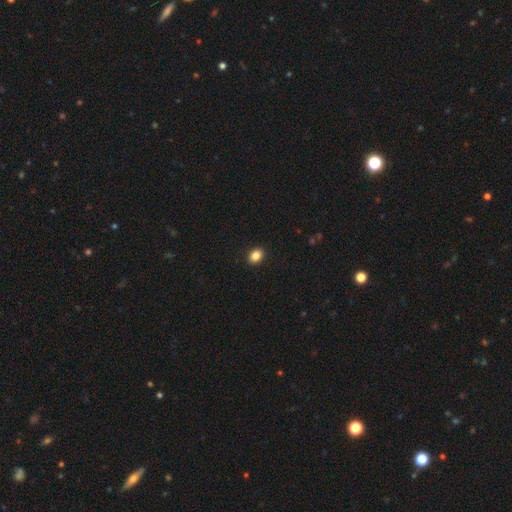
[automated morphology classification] This is clearly a smooth galaxy (86%). How rounded: likely in between (64%). Merging: clearly none (91%).